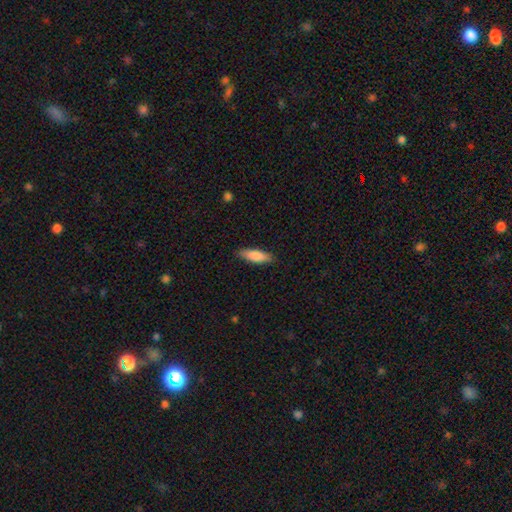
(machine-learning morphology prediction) Smooth or featured: smooth — 83% (featured or disk — 11%)
How rounded: cigar-shaped — 53% (in between — 45%)
Merging: none — 86% (minor disturbance — 10%)